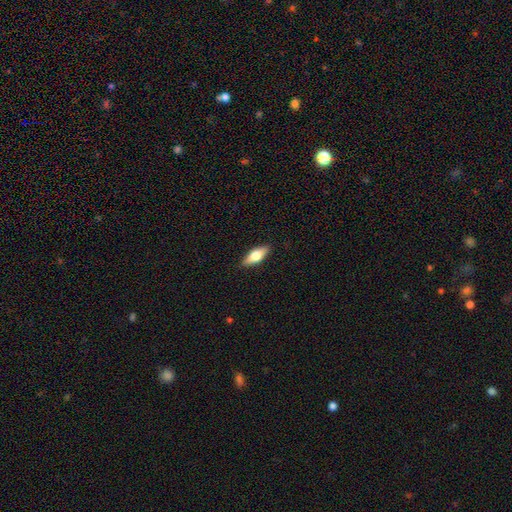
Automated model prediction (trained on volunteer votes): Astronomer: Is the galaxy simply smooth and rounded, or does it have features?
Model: smooth — 62%.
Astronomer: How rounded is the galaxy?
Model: in between — 68%.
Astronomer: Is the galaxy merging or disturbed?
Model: none — 89%.